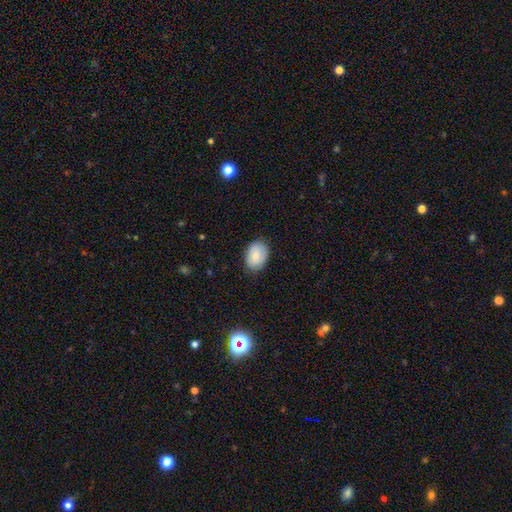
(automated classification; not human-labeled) smooth 80%, featured or disk 13%, star or artifact 7%. Down the decision tree: how rounded — in between (84%); merging — none (81%).